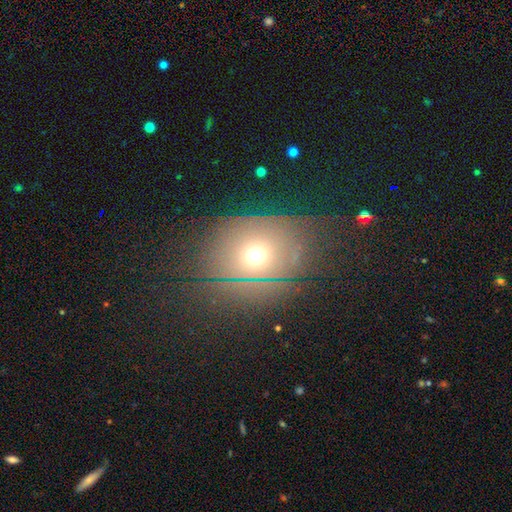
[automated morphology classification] smooth_or_featured: smooth (p=0.57) [alt: featured or disk p=0.23]
how_rounded: round (p=0.59) [alt: in between p=0.39]
merging: none (p=0.63) [alt: minor disturbance p=0.19]